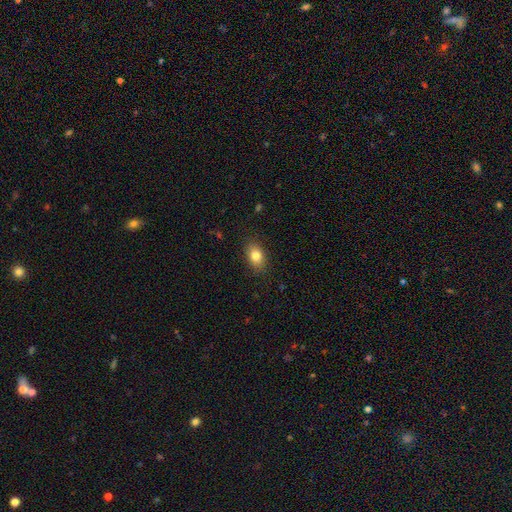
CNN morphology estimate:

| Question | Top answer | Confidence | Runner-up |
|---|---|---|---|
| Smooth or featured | smooth | 83% | star or artifact (9%) |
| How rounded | in between | 85% | round (13%) |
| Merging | none | 86% | minor disturbance (10%) |